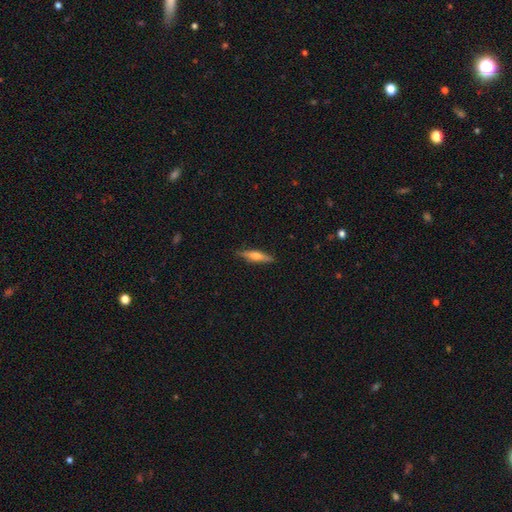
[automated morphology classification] Smooth or featured? Predicted: featured or disk (p=0.47). Merging? Predicted: none (p=0.87).